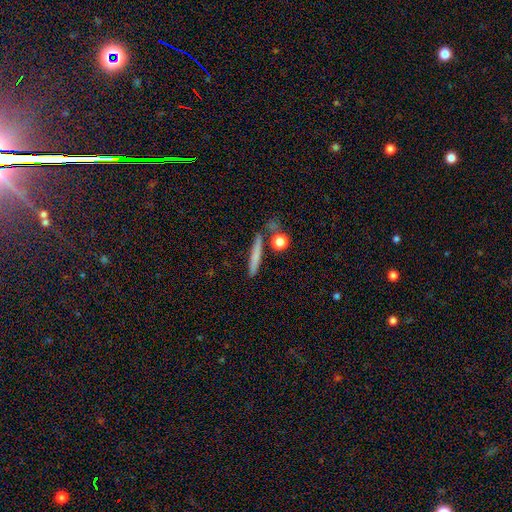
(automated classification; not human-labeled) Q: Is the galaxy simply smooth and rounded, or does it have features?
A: smooth — 69%.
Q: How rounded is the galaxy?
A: cigar-shaped — 87%.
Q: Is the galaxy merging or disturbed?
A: none — 76%.